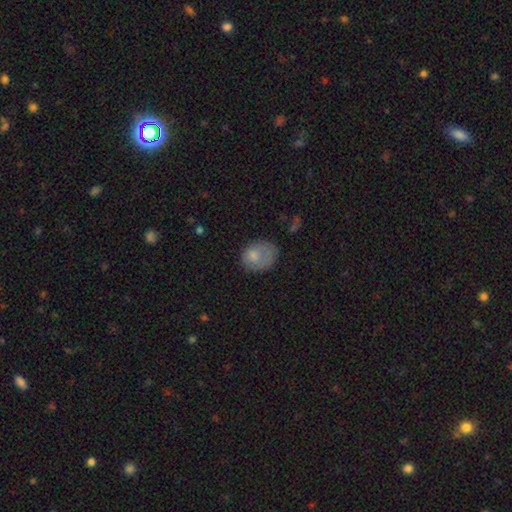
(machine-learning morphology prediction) This appears to be a smooth galaxy with no disk features (75%) that is in between round and cigar-shaped (57%). Merging: none (49%).